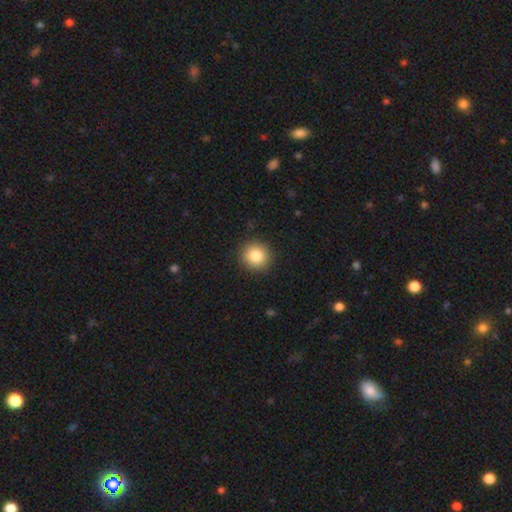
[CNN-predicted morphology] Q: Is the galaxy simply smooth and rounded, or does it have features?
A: smooth — 83%.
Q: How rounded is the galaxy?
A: round — 92%.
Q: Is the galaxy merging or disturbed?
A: none — 91%.